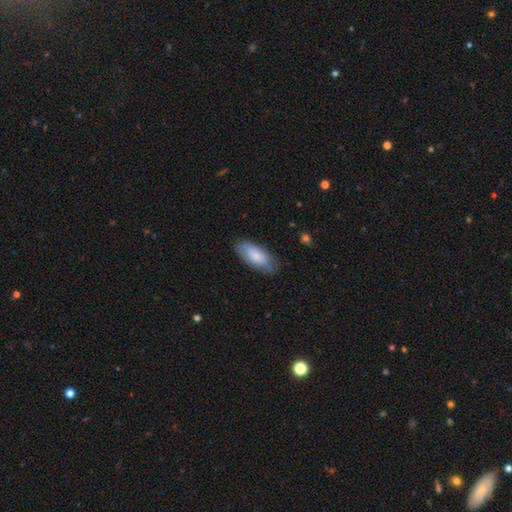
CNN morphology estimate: A smooth galaxy with no disk features (77%) that is in between round and cigar-shaped (85%). Merging: none (73%).